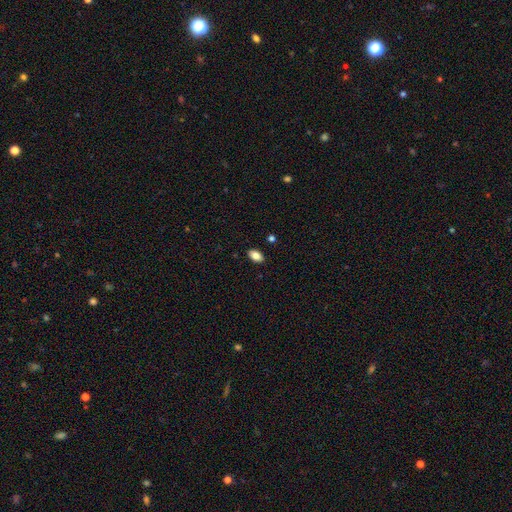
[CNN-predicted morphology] Smooth or featured? Predicted: smooth (p=0.83). How rounded? Predicted: in between (p=0.92). Merging? Predicted: none (p=0.89).